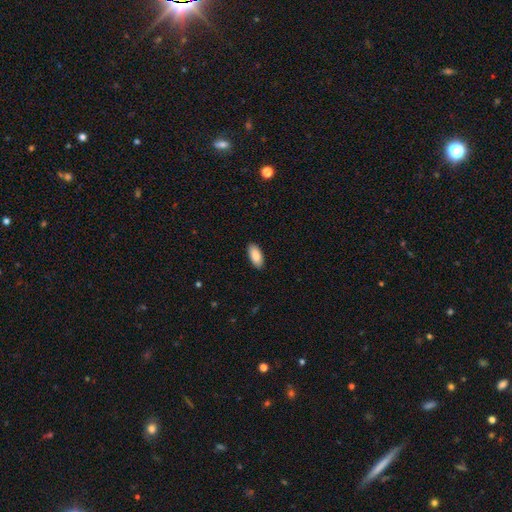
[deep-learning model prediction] smooth 88%, featured or disk 6%, star or artifact 6%. Down the decision tree: how rounded — in between (92%); merging — none (89%).